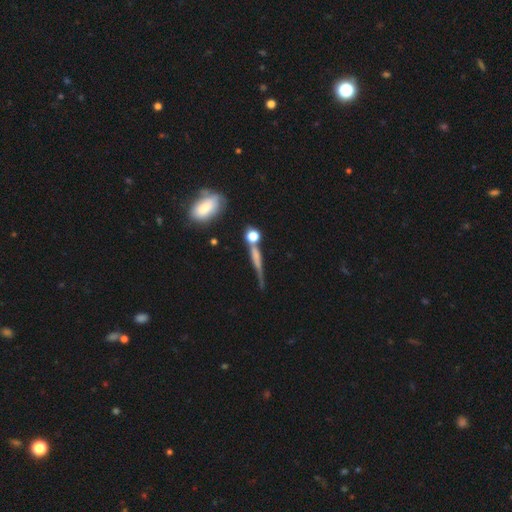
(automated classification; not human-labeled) Morphology: type=featured or disk (43%, tied with smooth); merging=none (57%).